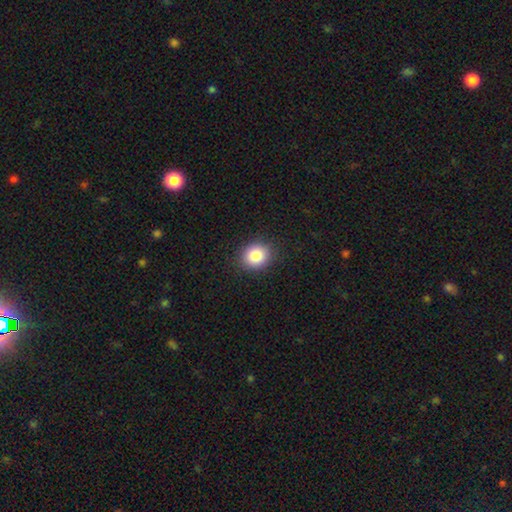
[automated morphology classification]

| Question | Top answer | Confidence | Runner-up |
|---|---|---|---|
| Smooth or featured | smooth | 85% | star or artifact (9%) |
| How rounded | round | 69% | in between (30%) |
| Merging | none | 89% | minor disturbance (8%) |